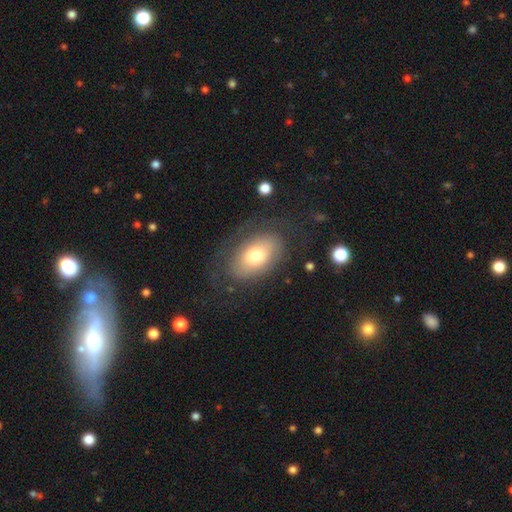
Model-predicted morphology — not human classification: This appears to be a smooth galaxy with no disk features (56%) that is in between round and cigar-shaped (88%). Merging: none (68%).